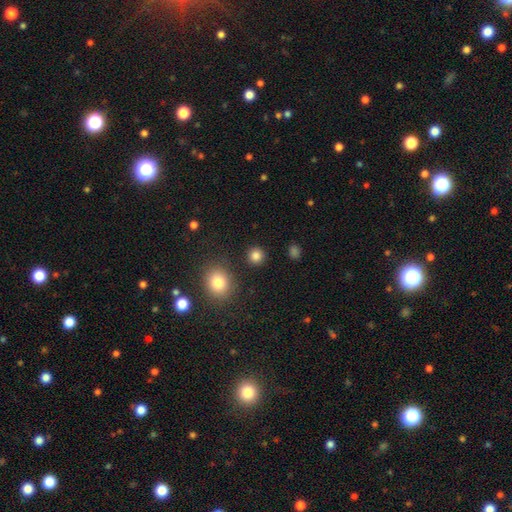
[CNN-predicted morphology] A smooth galaxy with no disk features (84%) that is round (91%).

Vote fractions:
- Smooth or featured? smooth: 84% / star or artifact: 12% / featured or disk: 4%
- How rounded? round: 91% / in between: 8% / cigar-shaped: 1%
- Merging? none: 90% / minor disturbance: 6% / major disturbance: 2% / merger: 2%